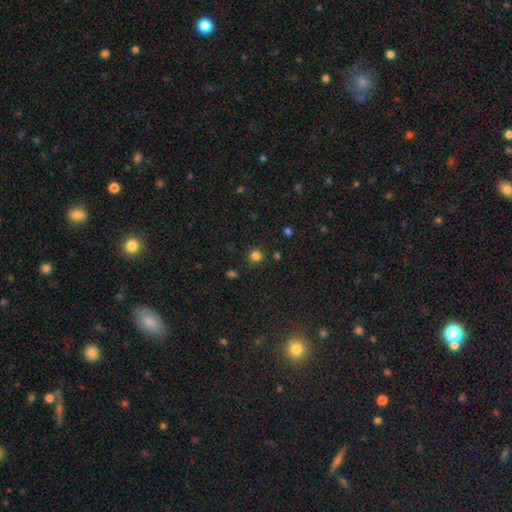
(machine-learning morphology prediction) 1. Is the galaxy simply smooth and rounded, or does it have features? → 79% smooth, 17% star or artifact, 5% featured or disk.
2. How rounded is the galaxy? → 92% round, 7% in between, 1% cigar-shaped.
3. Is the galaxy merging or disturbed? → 86% none, 9% minor disturbance, 3% major disturbance, 2% merger.